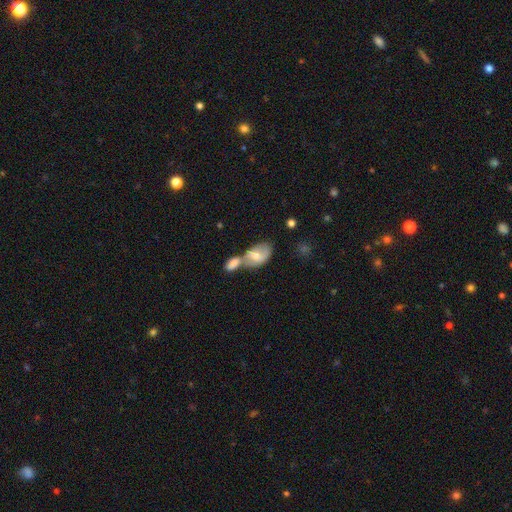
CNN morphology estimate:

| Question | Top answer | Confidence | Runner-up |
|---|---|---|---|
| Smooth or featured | smooth | 53% | featured or disk (40%) |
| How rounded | in between | 87% | round (9%) |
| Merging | merger | 63% | none (22%) |